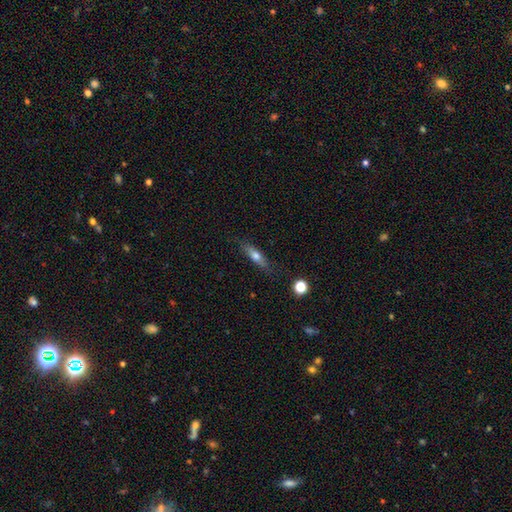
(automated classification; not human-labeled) Q: Smooth or featured?
A: smooth (60%); runner-up: featured or disk (33%)
Q: How rounded?
A: cigar-shaped (66%); runner-up: in between (31%)
Q: Merging?
A: none (78%); runner-up: minor disturbance (16%)